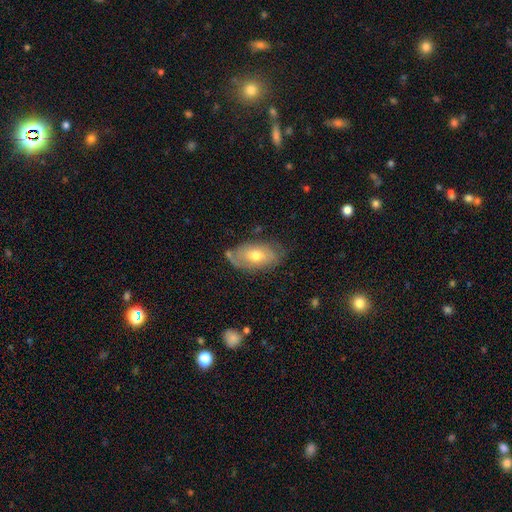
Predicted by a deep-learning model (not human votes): Smooth or featured? smooth (47%)
Merging? none (64%)